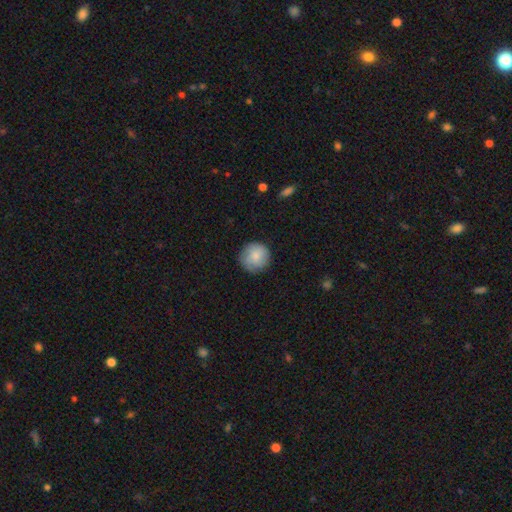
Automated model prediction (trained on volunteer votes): Smooth or featured? Predicted: smooth (p=0.81). How rounded? Predicted: round (p=0.94). Merging? Predicted: none (p=0.82).